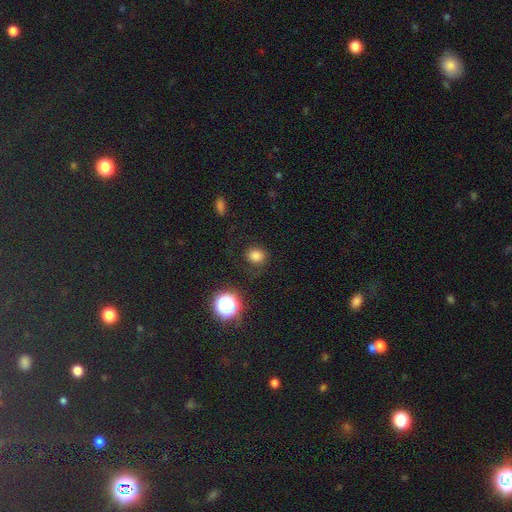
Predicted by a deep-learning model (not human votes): This is likely a smooth galaxy (78%). How rounded: likely round (75%). Merging: likely none (80%).